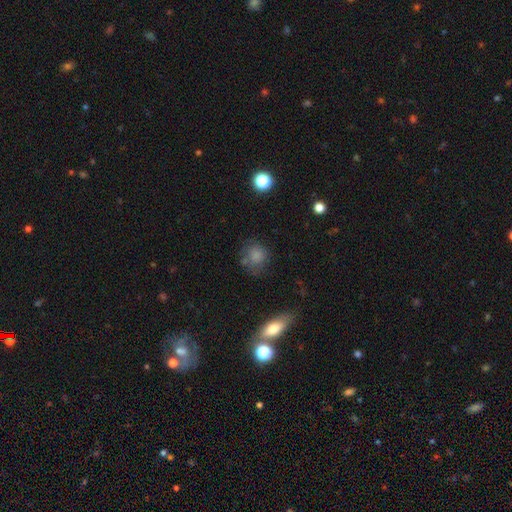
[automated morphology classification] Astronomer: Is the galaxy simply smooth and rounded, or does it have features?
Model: smooth — 77%.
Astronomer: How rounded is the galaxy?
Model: round — 84%.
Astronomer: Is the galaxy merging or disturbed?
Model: none — 65%.